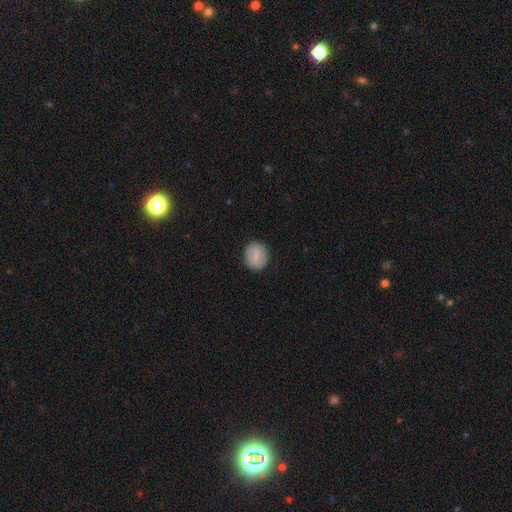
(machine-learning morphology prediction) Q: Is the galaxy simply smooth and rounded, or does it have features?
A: smooth — 71%.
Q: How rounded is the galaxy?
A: round — 74%.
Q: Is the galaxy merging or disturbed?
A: none — 86%.